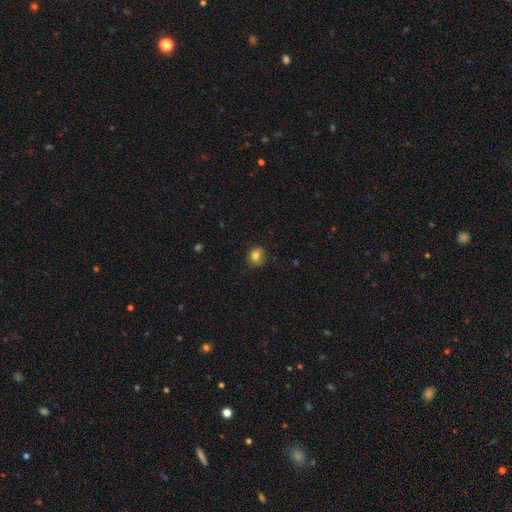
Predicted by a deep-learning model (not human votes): Q: Smooth or featured?
A: smooth (81%); runner-up: featured or disk (10%)
Q: How rounded?
A: round (66%); runner-up: in between (33%)
Q: Merging?
A: none (80%); runner-up: minor disturbance (16%)